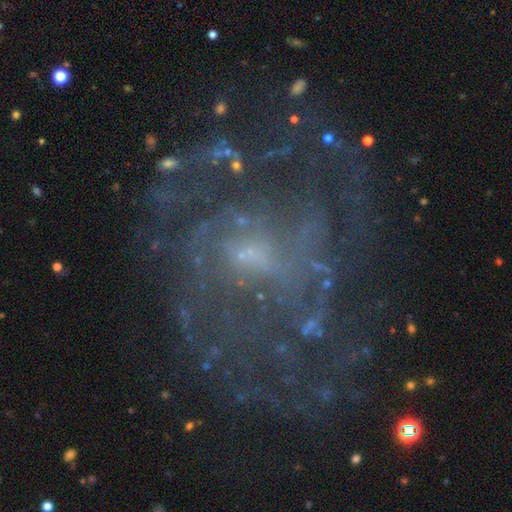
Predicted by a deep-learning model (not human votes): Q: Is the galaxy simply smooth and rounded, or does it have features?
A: featured or disk — 81%.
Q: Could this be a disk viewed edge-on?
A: no — 98%.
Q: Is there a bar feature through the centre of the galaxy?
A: no — 51%.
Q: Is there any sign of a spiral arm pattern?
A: yes — 81%.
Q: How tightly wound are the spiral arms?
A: tight — 45%.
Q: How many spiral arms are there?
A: can't tell — 48%.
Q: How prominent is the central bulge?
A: small — 63%.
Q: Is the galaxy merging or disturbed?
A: none — 64%.